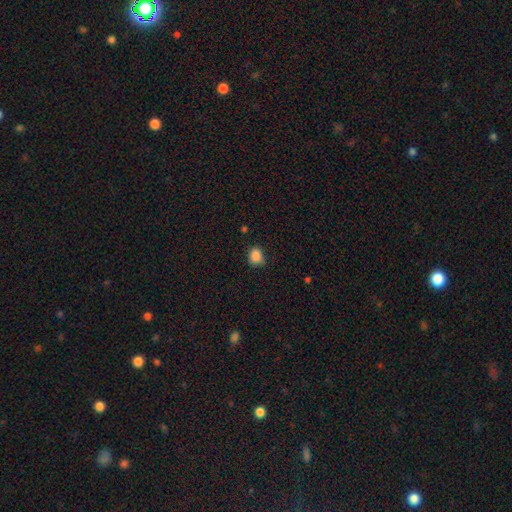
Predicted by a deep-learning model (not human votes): Smooth or featured: smooth — 86% (star or artifact — 10%)
How rounded: round — 58% (in between — 41%)
Merging: none — 75% (minor disturbance — 20%)